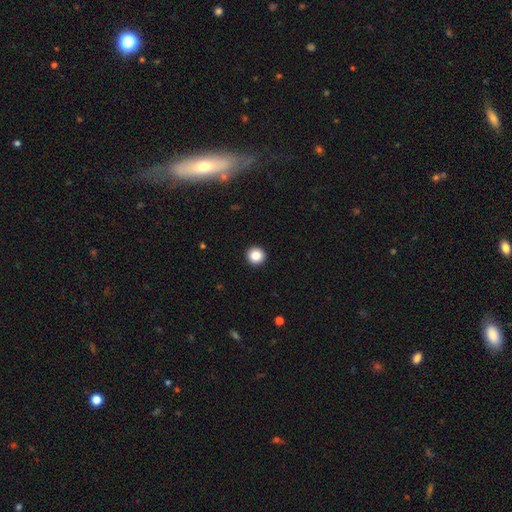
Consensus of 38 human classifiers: Morphology: type=smooth (89%); roundness=round (100%); merging=none (100%).